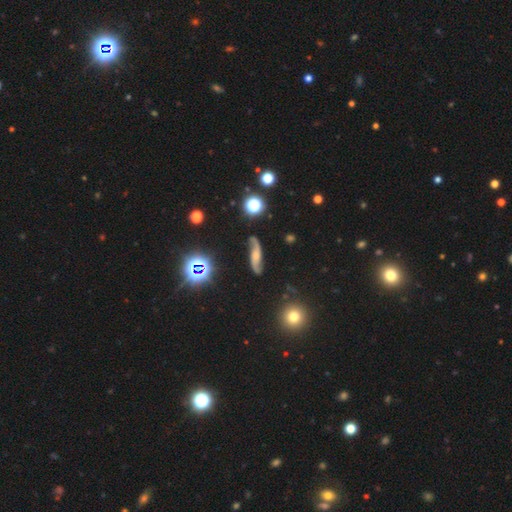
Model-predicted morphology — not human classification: This is likely a featured or disk galaxy (74%). It is clearly not viewed edge-on (86%). Bar: possibly no (56%). Spiral arm pattern: clearly yes (95%). Spiral arm count: clearly 2 (92%). Spiral winding: likely loose (76%). Central bulge: marginally small (40%). Merging: likely none (73%).